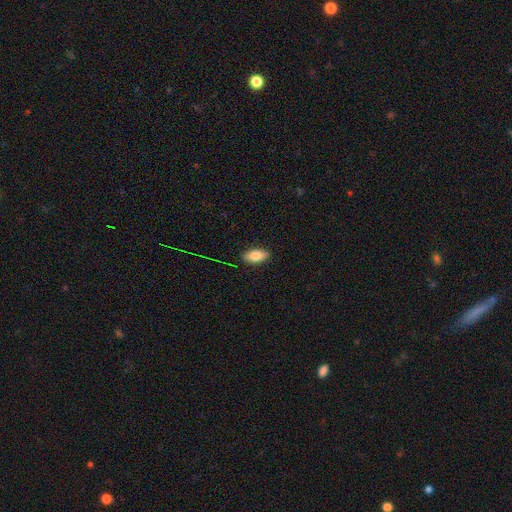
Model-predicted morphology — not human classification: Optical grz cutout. It shows a smooth galaxy with no disk features (81%) that is in between round and cigar-shaped (89%). Merging: none (87%).